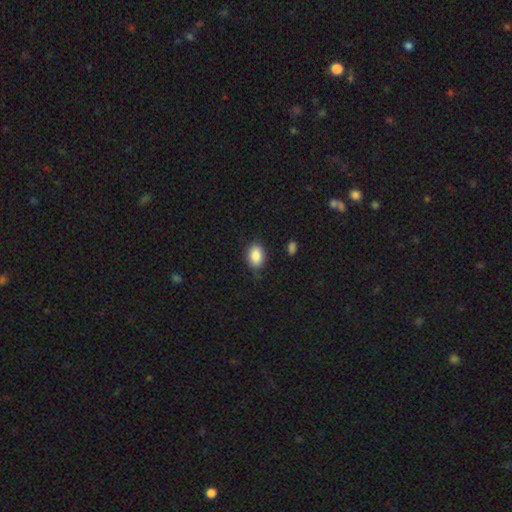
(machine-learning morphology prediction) type=smooth (87%); roundness=in between (83%); merging=none (80%).